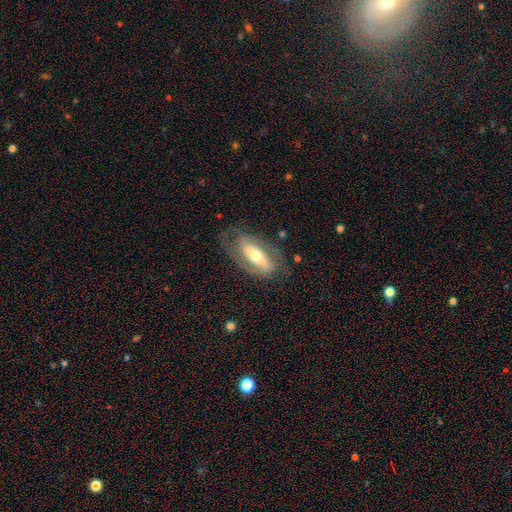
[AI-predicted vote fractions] Q: Smooth or featured?
A: featured or disk (72%); runner-up: smooth (23%)
Q: Edge-on disk?
A: no (86%); runner-up: yes (14%)
Q: Bar?
A: strong (47%); runner-up: no (30%)
Q: Spiral arms?
A: yes (71%); runner-up: no (29%)
Q: Bulge size?
A: moderate (62%); runner-up: small (29%)
Q: Merging?
A: none (68%); runner-up: minor disturbance (19%)